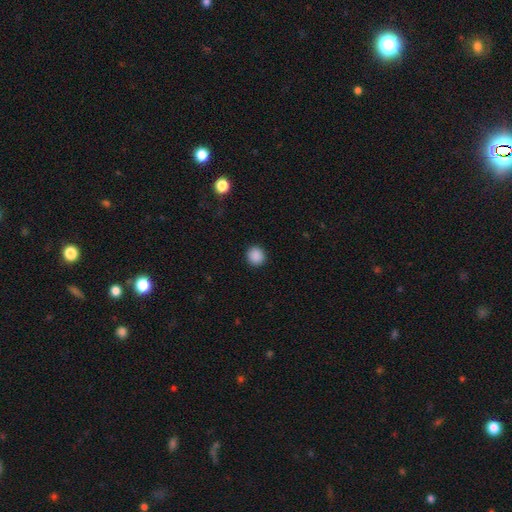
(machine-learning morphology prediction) smooth 89%, star or artifact 9%, featured or disk 2%. Down the decision tree: how rounded — round (90%); merging — none (92%).